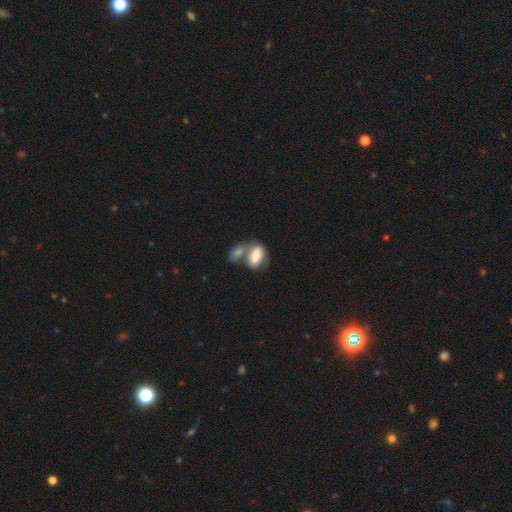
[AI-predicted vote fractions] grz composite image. It shows a smooth galaxy with no disk features (72%) that is in between round and cigar-shaped (90%). Merging: merger (63%).